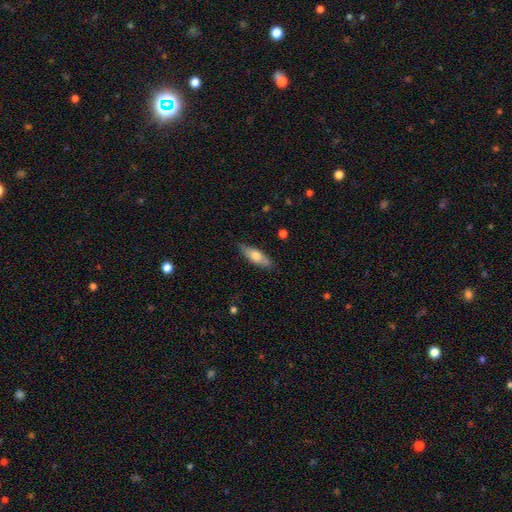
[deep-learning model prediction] Morphology: type=smooth (66%); roundness=in between (57%); merging=none (79%).